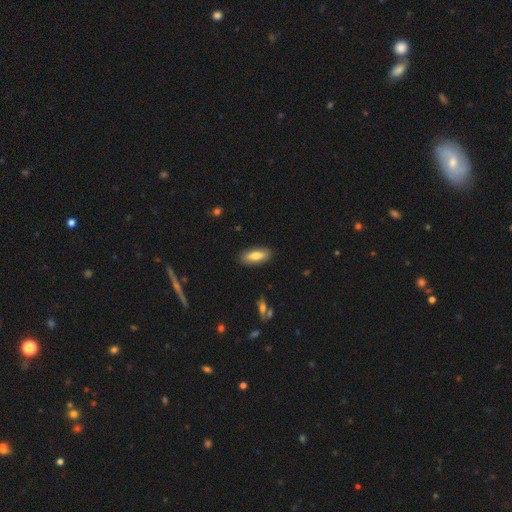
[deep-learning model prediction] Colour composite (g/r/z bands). It shows a smooth galaxy with no disk features (72%) that is in between round and cigar-shaped (73%). Merging: none (87%).